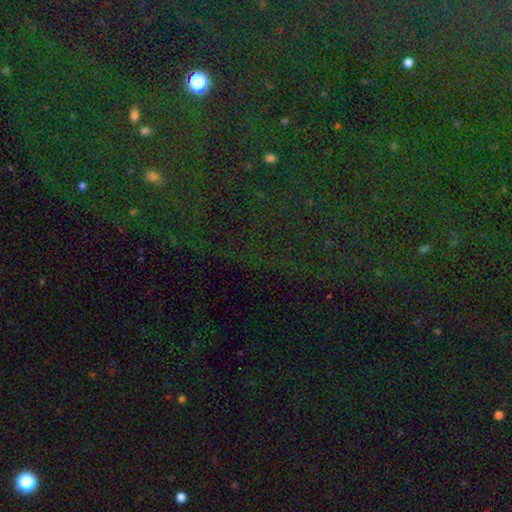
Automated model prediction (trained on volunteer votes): Q: Smooth or featured?
A: star or artifact (81%); runner-up: smooth (11%)